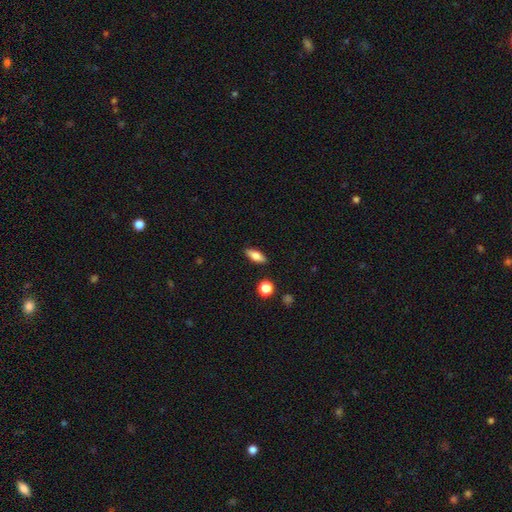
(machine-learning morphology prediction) This appears to be a smooth galaxy with no disk features (68%) that is in between round and cigar-shaped (70%). Merging: none (88%).